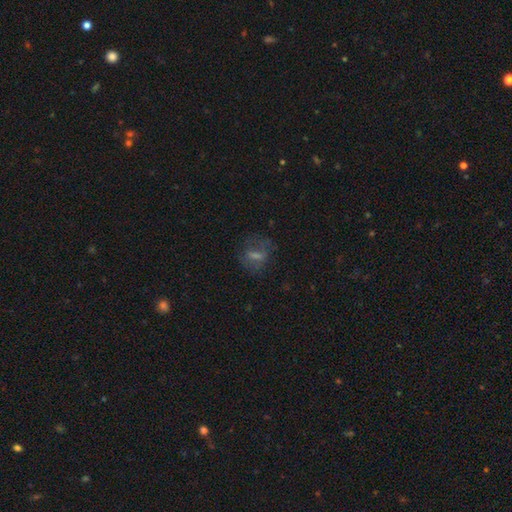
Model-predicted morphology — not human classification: Overall: smooth (42%; featured or disk 35%). Merging: none (68%).